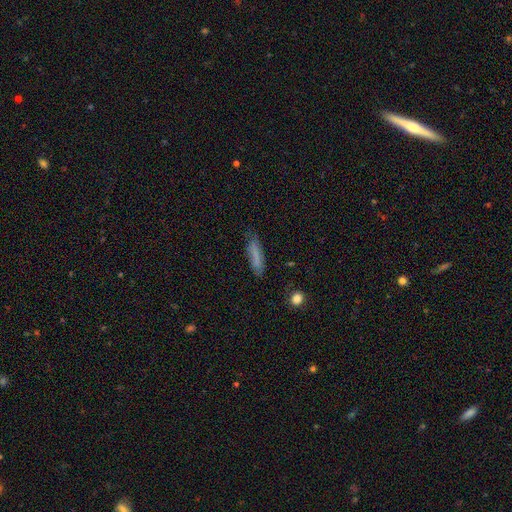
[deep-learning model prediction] This is likely a smooth galaxy (73%). How rounded: likely cigar-shaped (73%). Merging: likely none (74%).